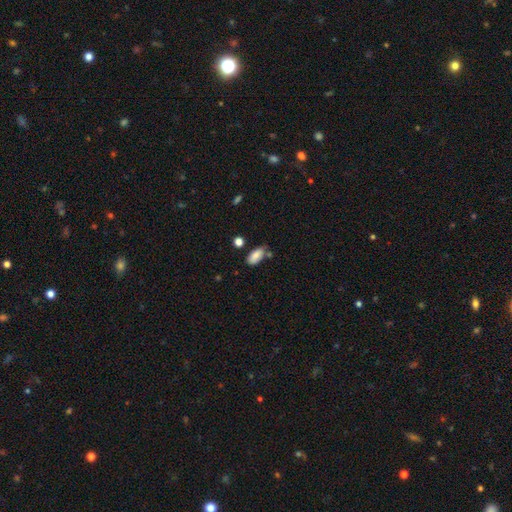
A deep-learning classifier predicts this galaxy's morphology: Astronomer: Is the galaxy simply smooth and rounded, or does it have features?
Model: smooth — 84%.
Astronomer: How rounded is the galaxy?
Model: in between — 91%.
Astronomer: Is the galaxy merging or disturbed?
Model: none — 63%.